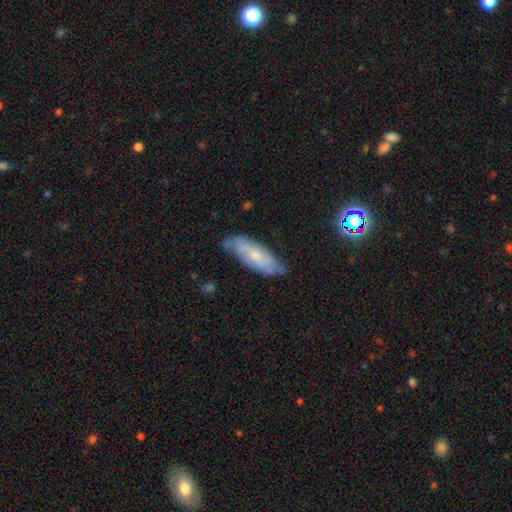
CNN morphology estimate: Smooth or featured: featured or disk — 55% (smooth — 37%)
Edge-on disk: no — 79% (yes — 21%)
Merging: none — 69% (minor disturbance — 23%)